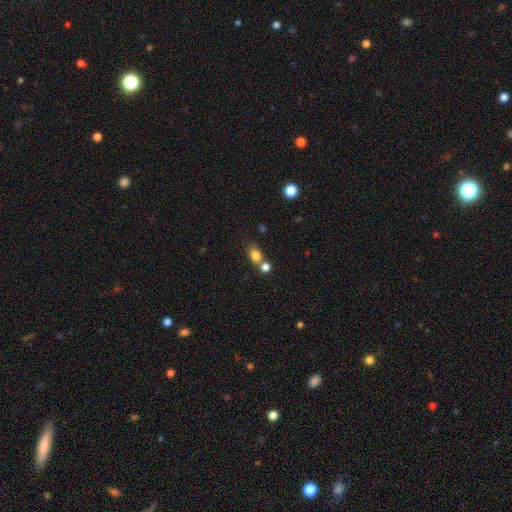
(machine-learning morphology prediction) Q: Smooth or featured?
A: smooth (81%); runner-up: star or artifact (11%)
Q: How rounded?
A: in between (63%); runner-up: round (34%)
Q: Merging?
A: none (46%); runner-up: merger (39%)